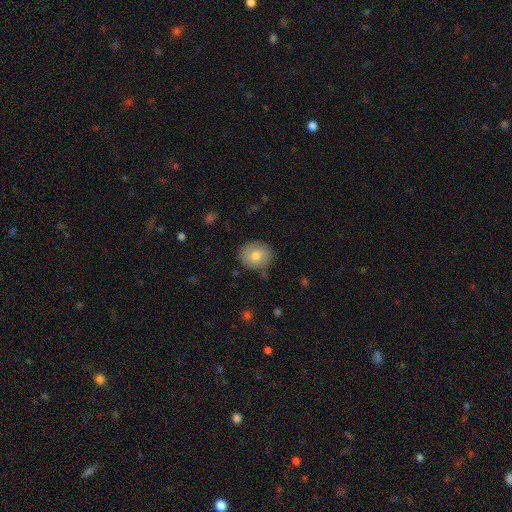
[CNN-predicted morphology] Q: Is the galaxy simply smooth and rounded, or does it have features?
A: smooth — 73%.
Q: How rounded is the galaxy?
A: round — 75%.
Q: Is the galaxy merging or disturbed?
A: none — 78%.